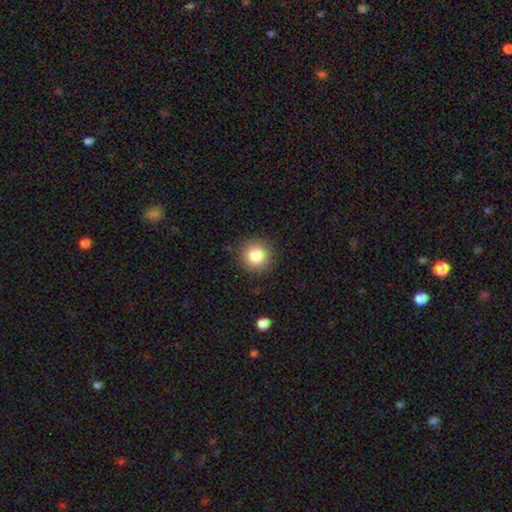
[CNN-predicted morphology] A smooth galaxy with no disk features (84%) that is round (94%). Merging: none (88%).